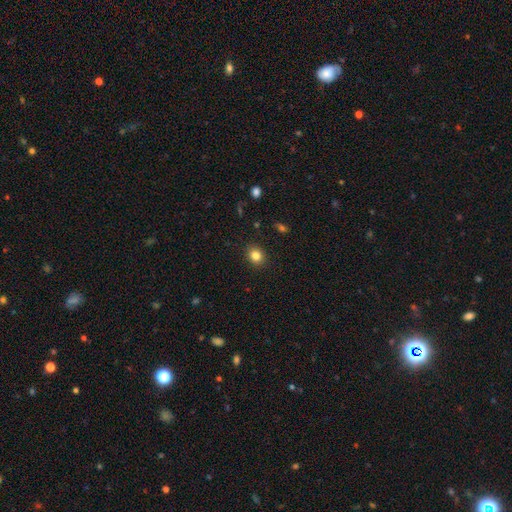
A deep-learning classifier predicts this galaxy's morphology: smooth-or-featured: smooth: 83% | star or artifact: 11% | featured or disk: 6%
  how-rounded: round: 68% | in between: 31% | cigar-shaped: 1%
  merging: none: 90% | minor disturbance: 7% | major disturbance: 2% | merger: 1%